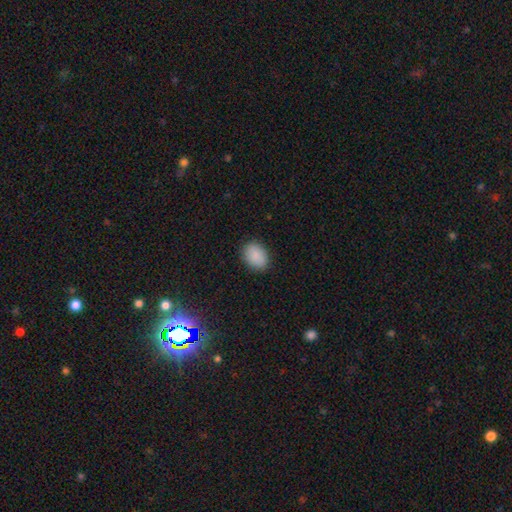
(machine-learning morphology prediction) smooth 89%, star or artifact 8%, featured or disk 3%. Down the decision tree: how rounded — in between (72%); merging — none (87%).